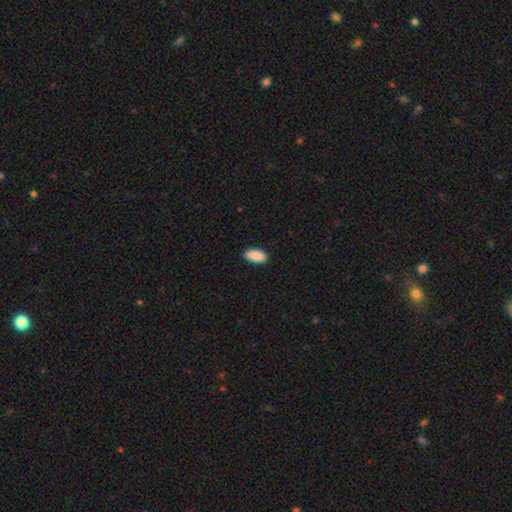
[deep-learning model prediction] Morphology: type=smooth (91%); roundness=in between (92%); merging=none (89%).